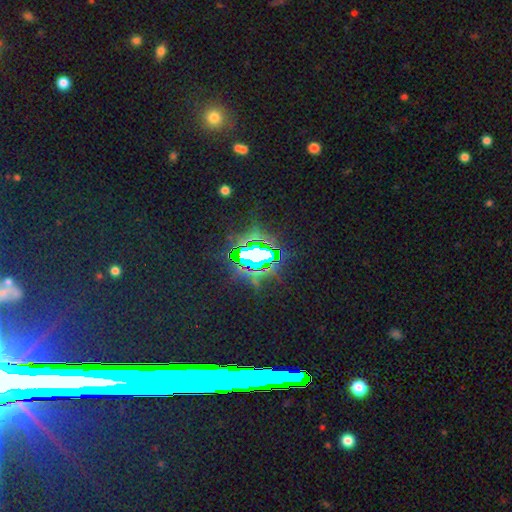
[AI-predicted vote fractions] A star or artifact, not a galaxy (80%).